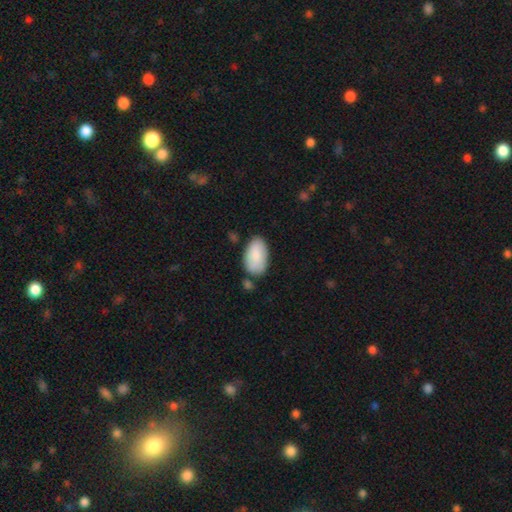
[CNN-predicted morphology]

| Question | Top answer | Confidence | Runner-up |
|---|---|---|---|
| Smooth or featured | smooth | 86% | featured or disk (9%) |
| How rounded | in between | 95% | round (3%) |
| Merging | none | 69% | minor disturbance (19%) |